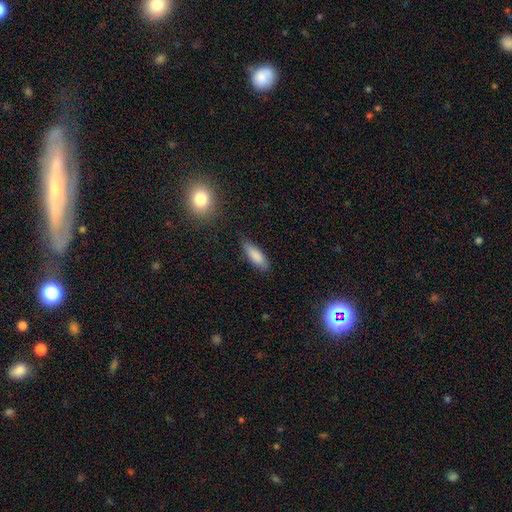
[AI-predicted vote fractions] Smooth or featured? smooth (86%)
How rounded? in between (55%)
Merging? none (83%)